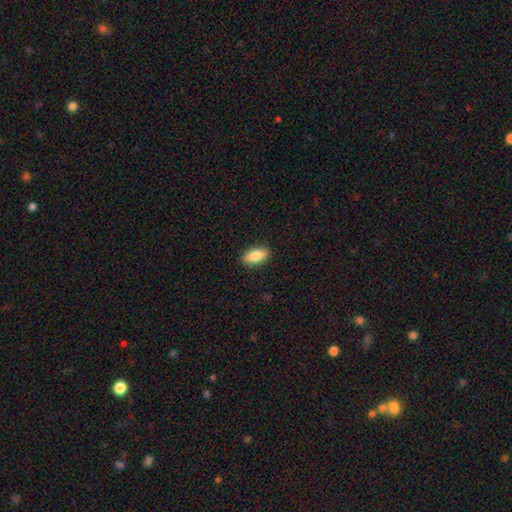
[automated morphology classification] This is clearly a smooth galaxy (84%). How rounded: clearly in between (88%). Merging: clearly none (89%).